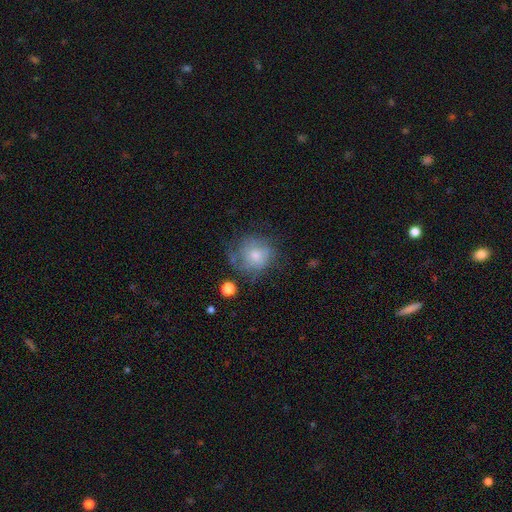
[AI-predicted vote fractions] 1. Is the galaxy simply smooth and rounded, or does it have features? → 60% smooth, 31% featured or disk, 9% star or artifact.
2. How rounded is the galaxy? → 85% round, 14% in between, 1% cigar-shaped.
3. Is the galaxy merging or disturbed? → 50% none, 27% minor disturbance, 20% major disturbance, 4% merger.